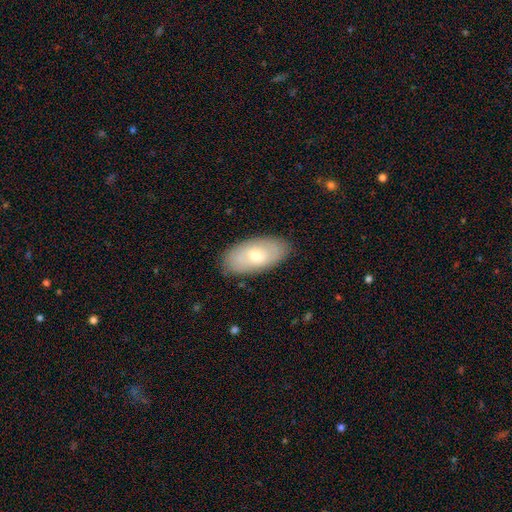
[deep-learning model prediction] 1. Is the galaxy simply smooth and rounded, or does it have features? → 56% smooth, 37% featured or disk, 6% star or artifact.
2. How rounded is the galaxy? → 93% in between, 4% round, 3% cigar-shaped.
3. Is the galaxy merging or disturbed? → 85% none, 11% minor disturbance, 3% major disturbance, 1% merger.